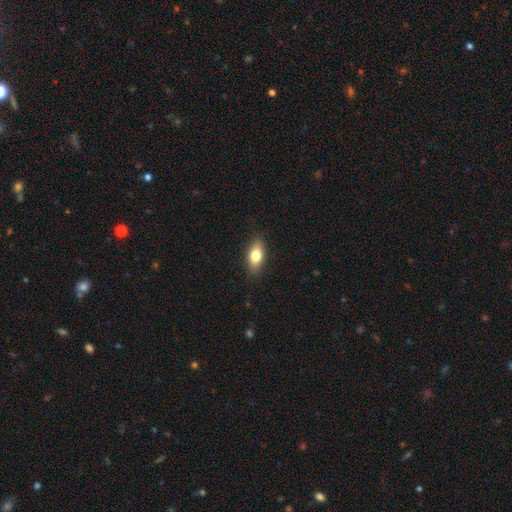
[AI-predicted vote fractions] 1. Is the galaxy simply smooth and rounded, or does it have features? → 77% smooth, 15% featured or disk, 7% star or artifact.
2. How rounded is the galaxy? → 85% in between, 9% cigar-shaped, 6% round.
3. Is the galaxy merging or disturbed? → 85% none, 11% minor disturbance, 2% major disturbance, 1% merger.